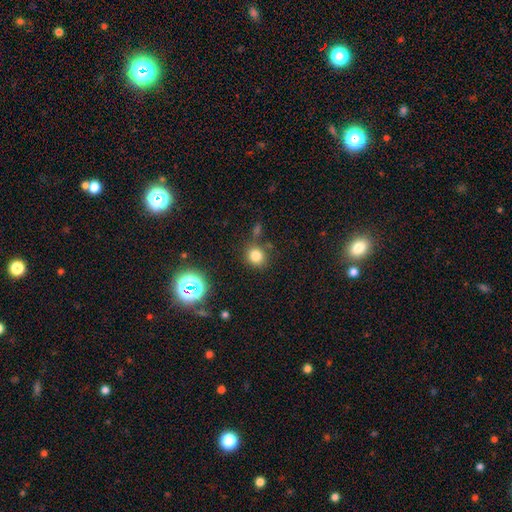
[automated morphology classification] Smooth or featured?
  - smooth: 79% *
  - star or artifact: 15%
  - featured or disk: 6%
How rounded?
  - round: 83% *
  - in between: 16%
  - cigar-shaped: 1%
Merging?
  - none: 75% *
  - minor disturbance: 12%
  - merger: 9%
  - major disturbance: 5%